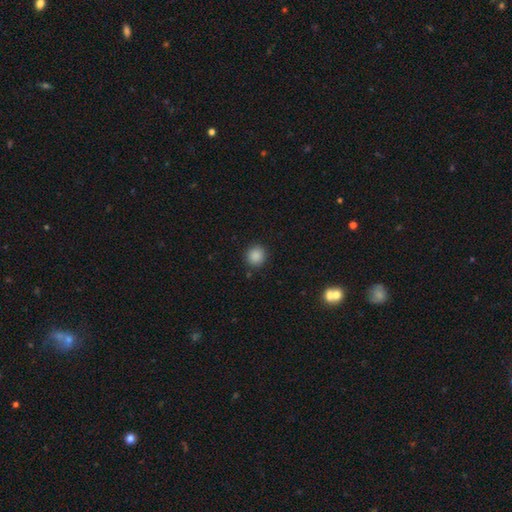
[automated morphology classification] Smooth or featured? smooth (87%)
How rounded? round (90%)
Merging? none (90%)